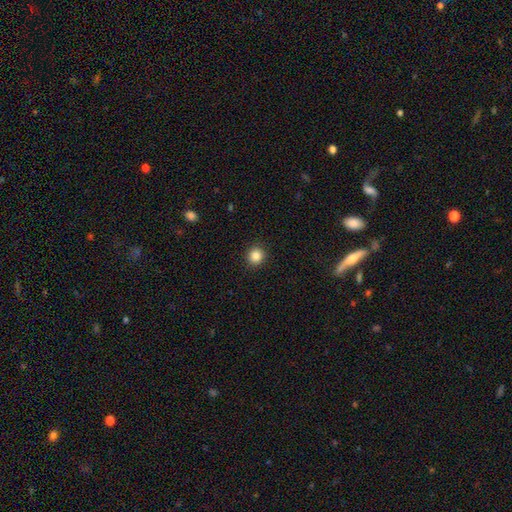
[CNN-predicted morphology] Q: Smooth or featured?
A: smooth (86%); runner-up: star or artifact (11%)
Q: How rounded?
A: round (90%); runner-up: in between (9%)
Q: Merging?
A: none (91%); runner-up: minor disturbance (6%)